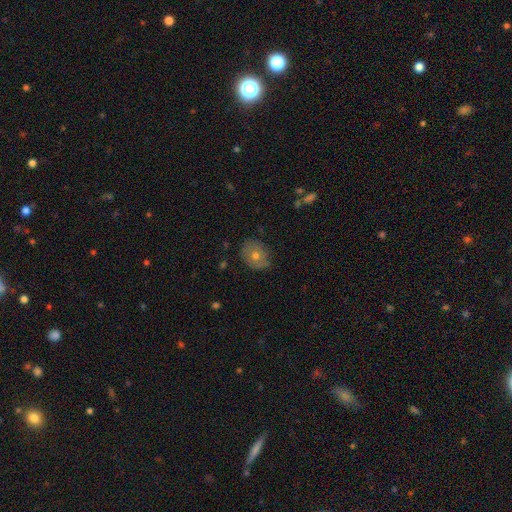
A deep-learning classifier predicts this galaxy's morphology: This is likely a smooth galaxy (60%). How rounded: possibly round (58%). Merging: likely none (79%).